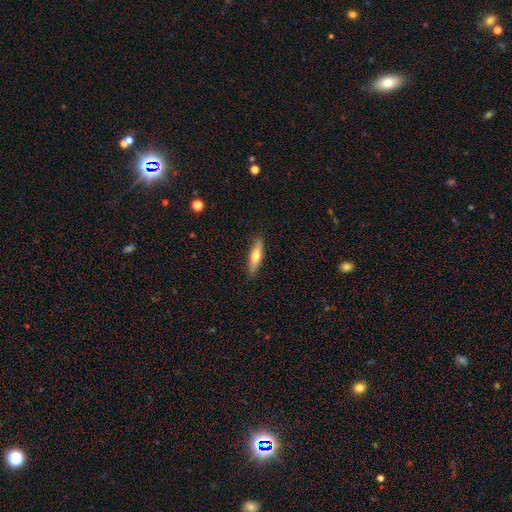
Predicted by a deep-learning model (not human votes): smooth 61%, featured or disk 33%, star or artifact 6%. Down the decision tree: how rounded — cigar-shaped (68%); merging — none (88%).